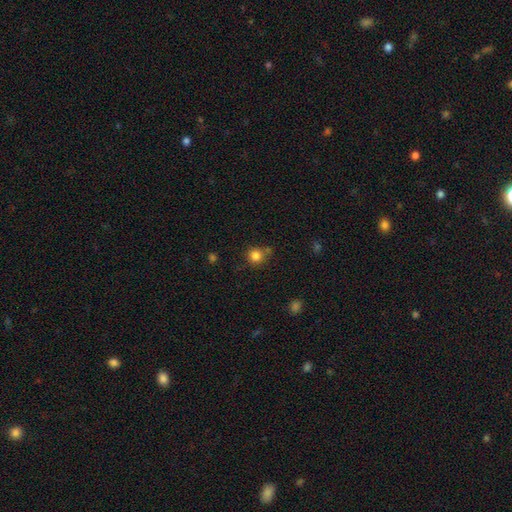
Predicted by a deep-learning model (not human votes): Smooth or featured? smooth (82%)
How rounded? round (92%)
Merging? none (72%)